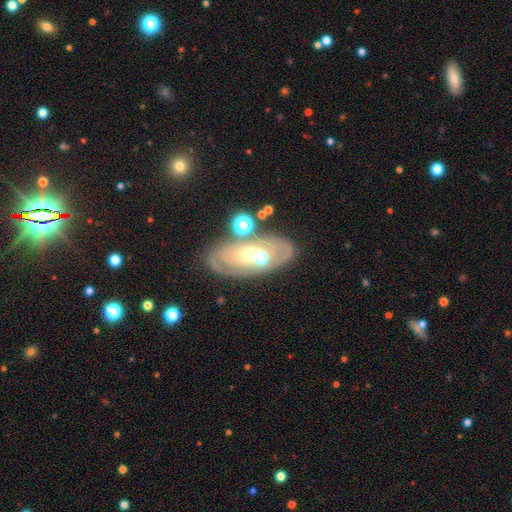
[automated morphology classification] smooth_or_featured: featured or disk (p=0.63) [alt: smooth p=0.26]
disk_edge_on: no (p=0.89) [alt: yes p=0.11]
bar: no (p=0.86) [alt: weak p=0.09]
has_spiral_arms: no (p=0.69) [alt: yes p=0.31]
bulge_size: moderate (p=0.58) [alt: small p=0.30]
merging: none (p=0.61) [alt: merger p=0.16]